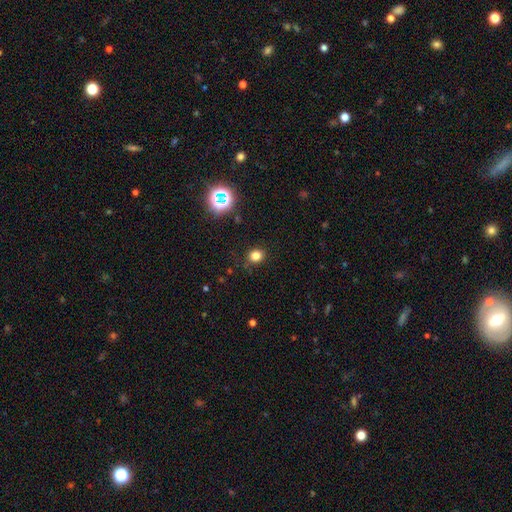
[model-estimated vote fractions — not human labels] Smooth or featured? Predicted: smooth (p=0.77). How rounded? Predicted: round (p=0.71). Merging? Predicted: none (p=0.83).